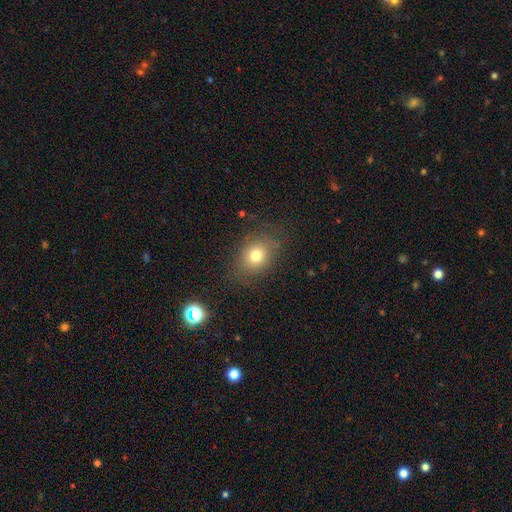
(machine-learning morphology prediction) smooth_or_featured: smooth (p=0.74) [alt: star or artifact p=0.13]
how_rounded: in between (p=0.56) [alt: round p=0.43]
merging: none (p=0.78) [alt: minor disturbance p=0.14]